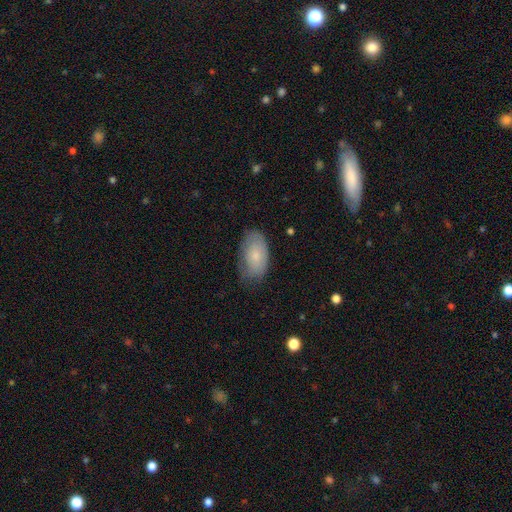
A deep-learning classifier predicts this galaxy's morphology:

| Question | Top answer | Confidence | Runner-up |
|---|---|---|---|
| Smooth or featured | smooth | 75% | featured or disk (19%) |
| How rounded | in between | 94% | round (5%) |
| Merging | none | 66% | minor disturbance (26%) |